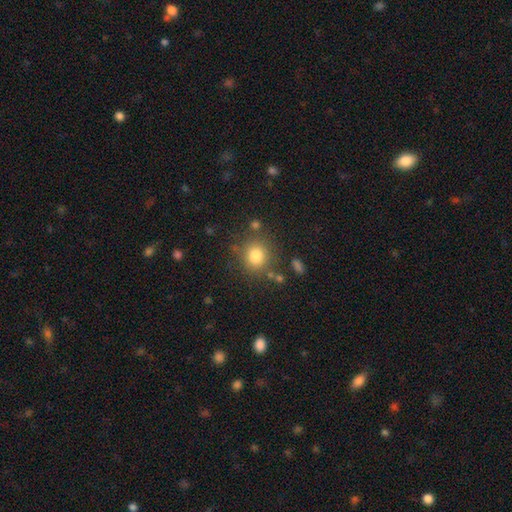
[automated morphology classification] Overall: smooth (81%). How rounded: round (82%). Merging: none (78%).